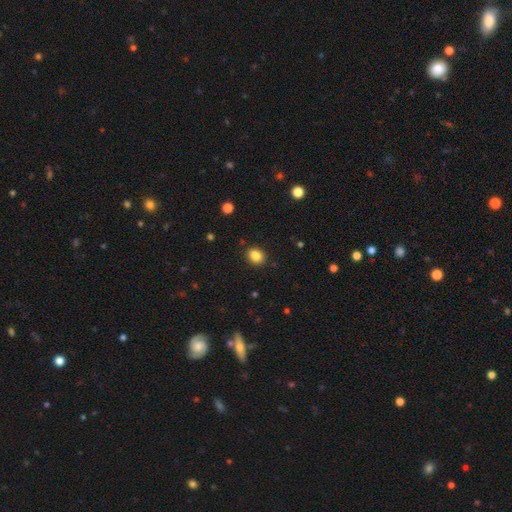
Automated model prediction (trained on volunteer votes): The model was most divided on "how rounded": in between: 50%, round: 49%, cigar-shaped: 1%. More confident: merging — none (86%); smooth or featured — smooth (85%).